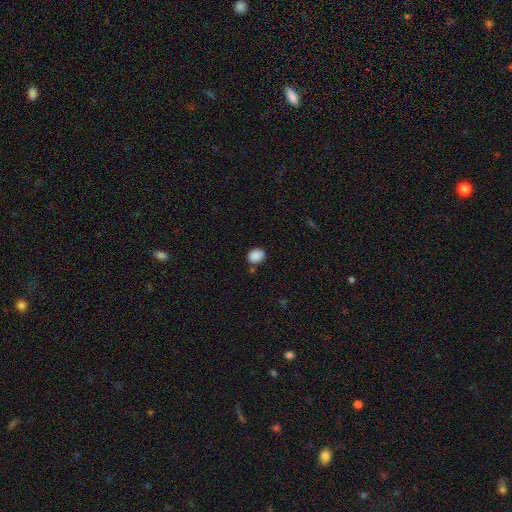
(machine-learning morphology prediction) smooth-or-featured: smooth: 88% | star or artifact: 8% | featured or disk: 3%
  how-rounded: in between: 53% | round: 46% | cigar-shaped: 1%
  merging: none: 78% | minor disturbance: 13% | merger: 6% | major disturbance: 3%